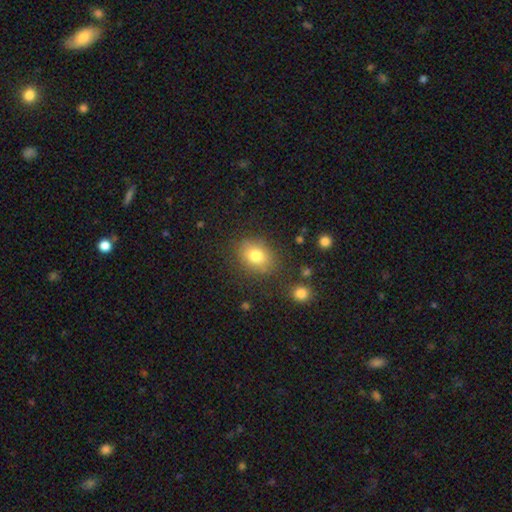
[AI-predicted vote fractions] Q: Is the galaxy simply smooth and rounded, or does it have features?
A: smooth — 79%.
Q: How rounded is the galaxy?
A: in between — 56%.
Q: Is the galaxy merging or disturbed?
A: none — 81%.